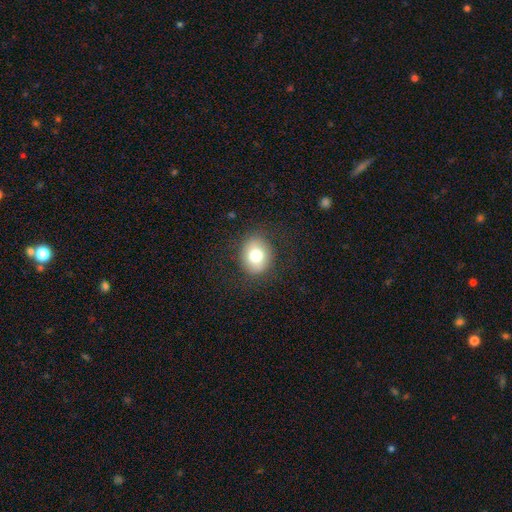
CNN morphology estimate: Smooth or featured: smooth — 76% (featured or disk — 15%)
How rounded: round — 58% (in between — 42%)
Merging: none — 85% (minor disturbance — 10%)